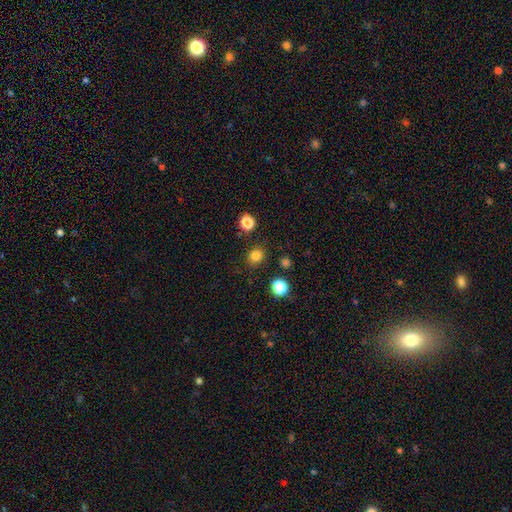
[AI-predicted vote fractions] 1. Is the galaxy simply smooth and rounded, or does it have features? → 82% smooth, 14% star or artifact, 4% featured or disk.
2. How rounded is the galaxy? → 83% round, 16% in between, 1% cigar-shaped.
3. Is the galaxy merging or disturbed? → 88% none, 7% minor disturbance, 2% merger, 2% major disturbance.